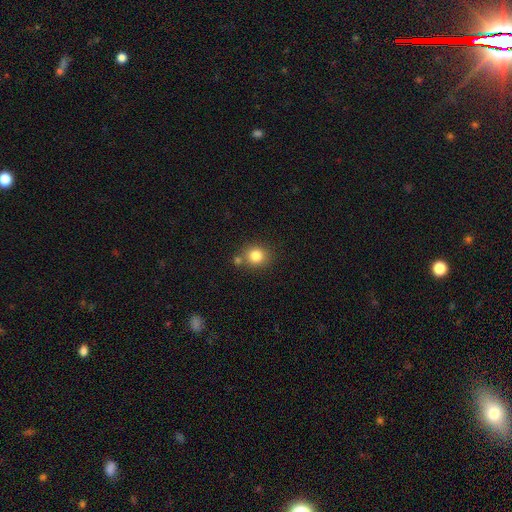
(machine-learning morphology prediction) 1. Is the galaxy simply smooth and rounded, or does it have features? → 83% smooth, 10% star or artifact, 7% featured or disk.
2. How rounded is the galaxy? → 79% round, 20% in between, 1% cigar-shaped.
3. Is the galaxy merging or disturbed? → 68% none, 17% merger, 12% minor disturbance, 3% major disturbance.